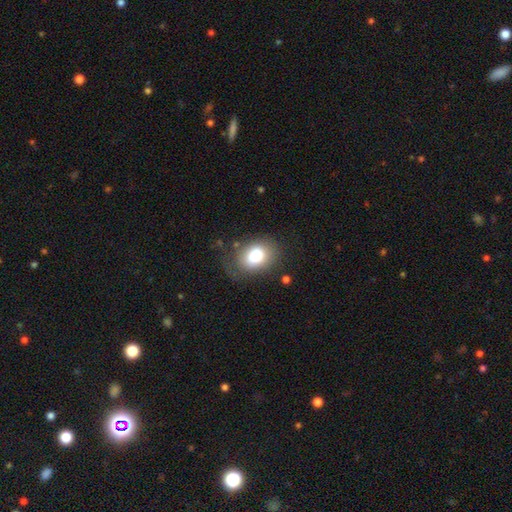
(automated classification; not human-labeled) A smooth galaxy with no disk features (80%) that is in between round and cigar-shaped (66%).

Vote fractions:
- Smooth or featured? smooth: 80% / featured or disk: 11% / star or artifact: 9%
- How rounded? in between: 66% / round: 34% / cigar-shaped: 1%
- Merging? none: 69% / minor disturbance: 19% / major disturbance: 9% / merger: 2%